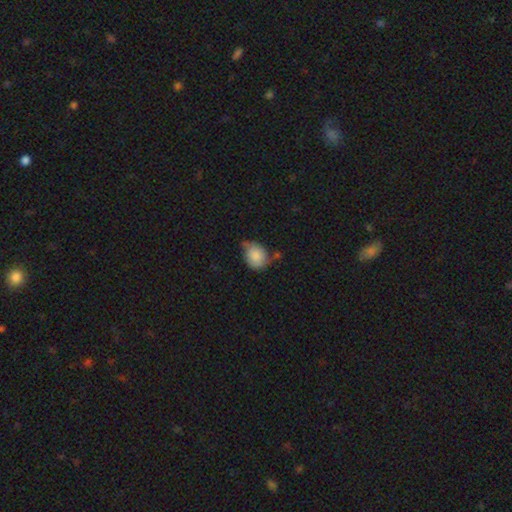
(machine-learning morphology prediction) Smooth or featured?
  - smooth: 81% *
  - featured or disk: 11%
  - star or artifact: 7%
How rounded?
  - round: 53% *
  - in between: 46%
  - cigar-shaped: 1%
Merging?
  - none: 45% *
  - minor disturbance: 37%
  - major disturbance: 9%
  - merger: 9%